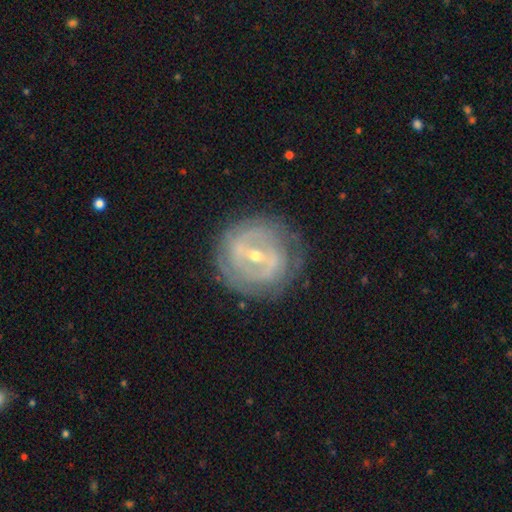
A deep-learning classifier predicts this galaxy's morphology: type=featured or disk (80%); edge-on=no (95%); bar=weak (42%); spiral arms=yes (71%); winding=tight (69%); arm count=can't tell (48%); bulge=small (56%); merging=none (78%).